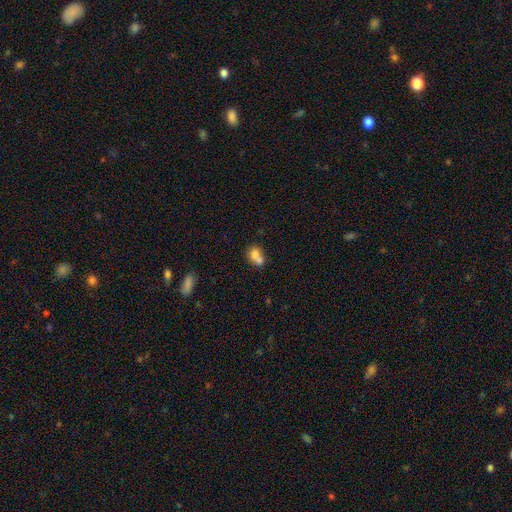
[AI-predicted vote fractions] smooth 70%, featured or disk 20%, star or artifact 11%. Down the decision tree: how rounded — round (54%); merging — merger (65%).